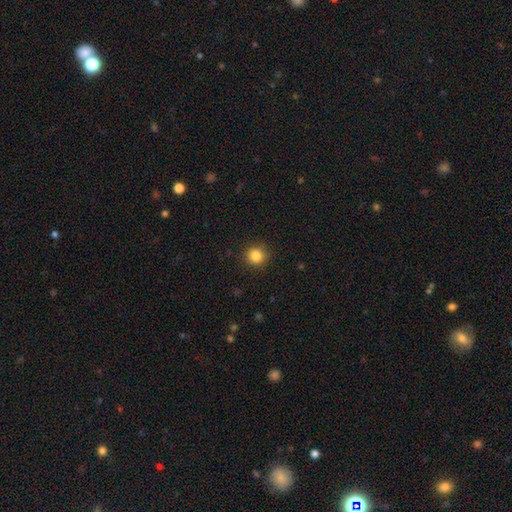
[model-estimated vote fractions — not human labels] A smooth galaxy with no disk features (85%) that is round (93%). Merging: none (91%).